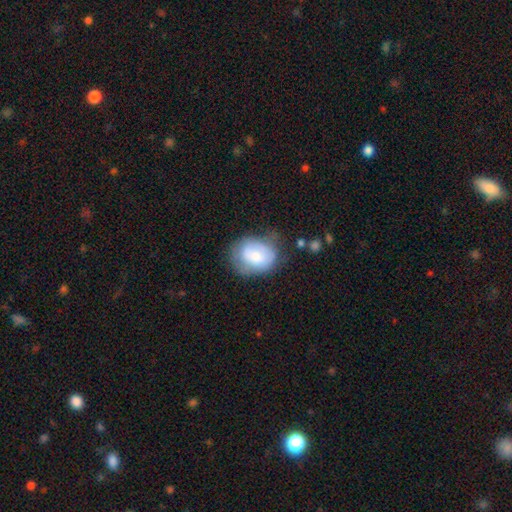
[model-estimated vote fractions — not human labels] A smooth galaxy with no disk features (66%) that is in between round and cigar-shaped (53%).

Vote fractions:
- Smooth or featured? smooth: 66% / featured or disk: 27% / star or artifact: 7%
- How rounded? in between: 53% / round: 46% / cigar-shaped: 1%
- Merging? none: 48% / minor disturbance: 33% / major disturbance: 15% / merger: 4%